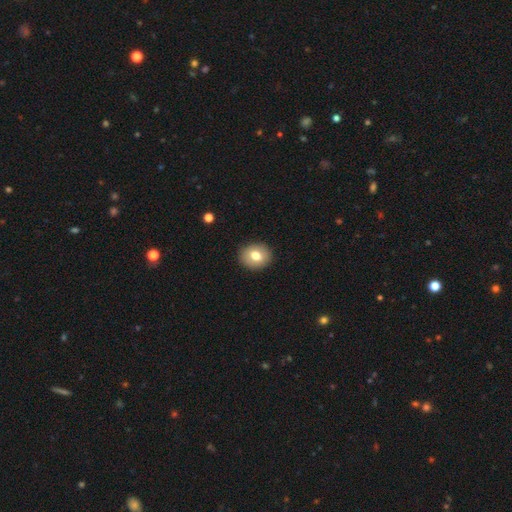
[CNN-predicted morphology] Smooth or featured? smooth (76%)
How rounded? round (68%)
Merging? none (91%)